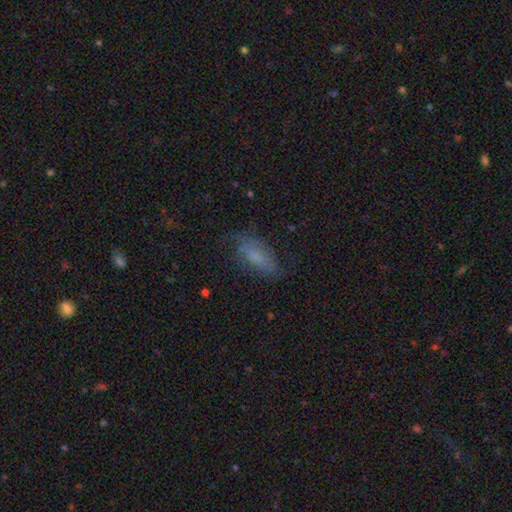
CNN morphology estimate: smooth 53%, featured or disk 35%, star or artifact 12%. Down the decision tree: how rounded — in between (72%); merging — none (62%).